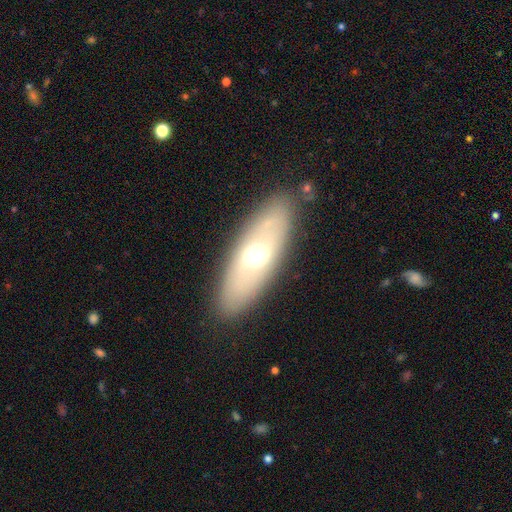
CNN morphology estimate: smooth-or-featured: featured or disk: 48% | smooth: 45% | star or artifact: 7%
  merging: none: 86% | minor disturbance: 9% | major disturbance: 4% | merger: 1%